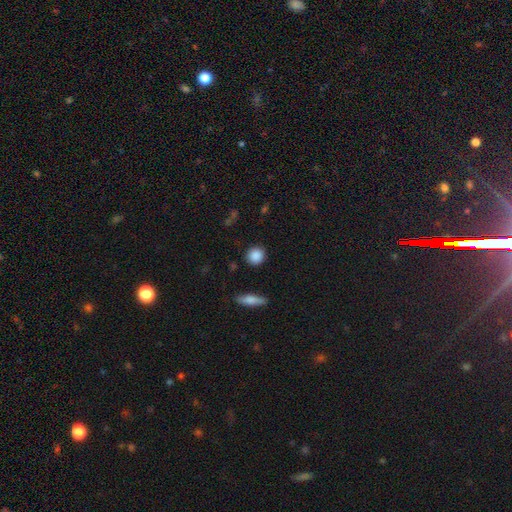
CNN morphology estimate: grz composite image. It shows a smooth galaxy with no disk features (88%) that is round (89%). Merging: none (89%).